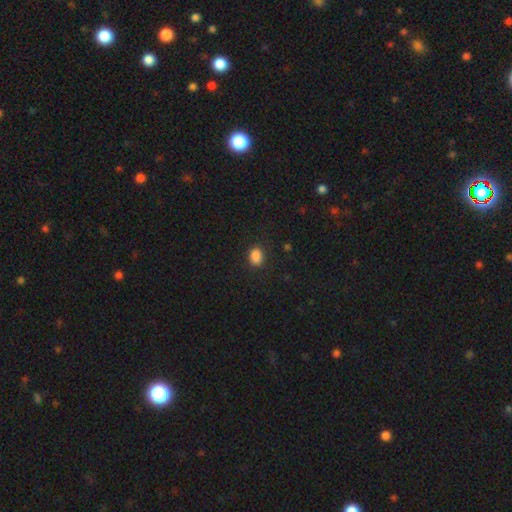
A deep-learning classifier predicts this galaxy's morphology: type=smooth (85%); roundness=in between (62%); merging=none (83%).